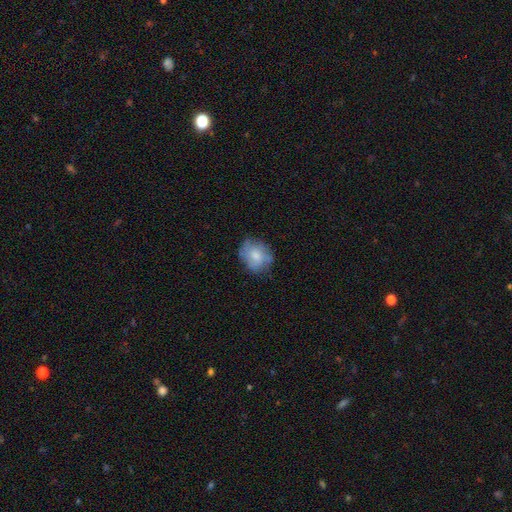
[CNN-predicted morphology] This appears to be a smooth galaxy with no disk features (70%) that is round (59%). Merging: none (67%).